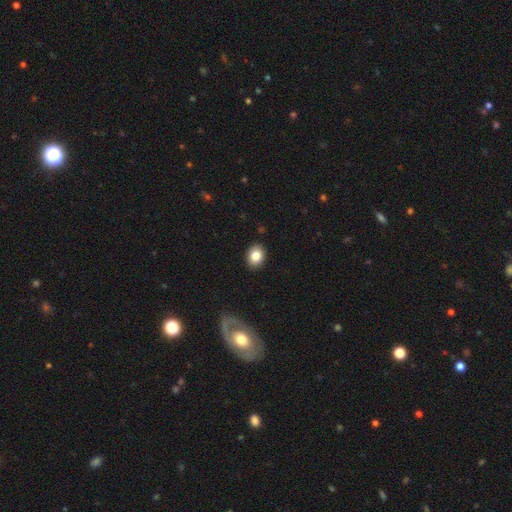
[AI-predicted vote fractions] smooth_or_featured: smooth (p=0.83) [alt: star or artifact p=0.09]
how_rounded: in between (p=0.54) [alt: round p=0.45]
merging: none (p=0.90) [alt: minor disturbance p=0.07]